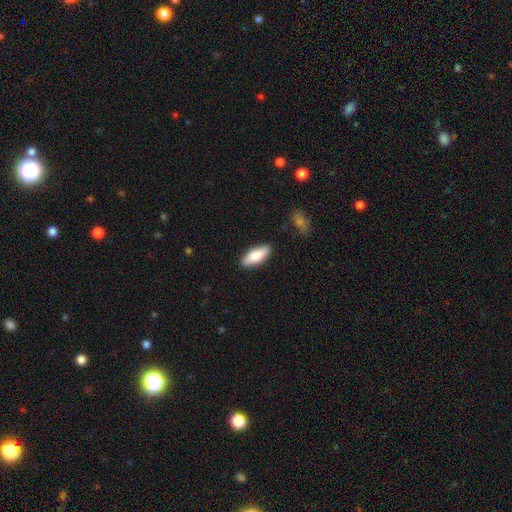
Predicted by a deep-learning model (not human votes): Smooth or featured? smooth (81%)
How rounded? in between (76%)
Merging? none (87%)